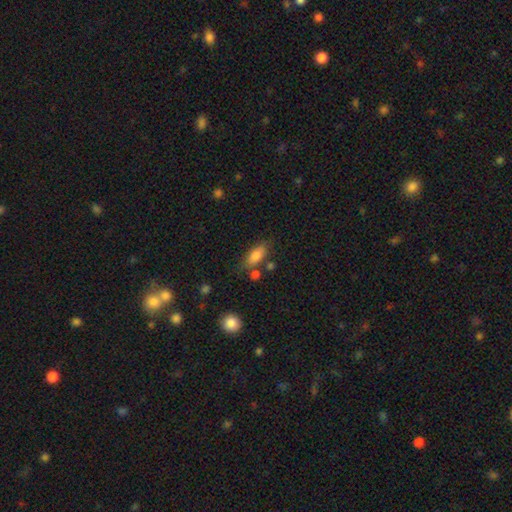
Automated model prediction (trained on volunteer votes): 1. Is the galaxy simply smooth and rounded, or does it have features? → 82% smooth, 11% featured or disk, 8% star or artifact.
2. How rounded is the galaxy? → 82% in between, 14% cigar-shaped, 4% round.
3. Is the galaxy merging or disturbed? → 65% none, 18% minor disturbance, 10% merger, 6% major disturbance.